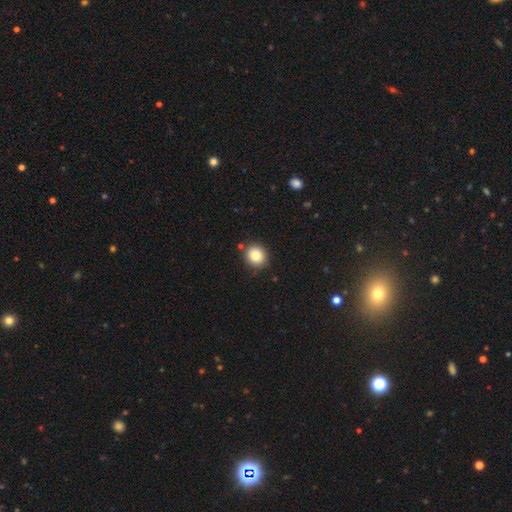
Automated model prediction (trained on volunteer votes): Smooth or featured? Predicted: smooth (p=0.81). How rounded? Predicted: round (p=0.83). Merging? Predicted: none (p=0.87).